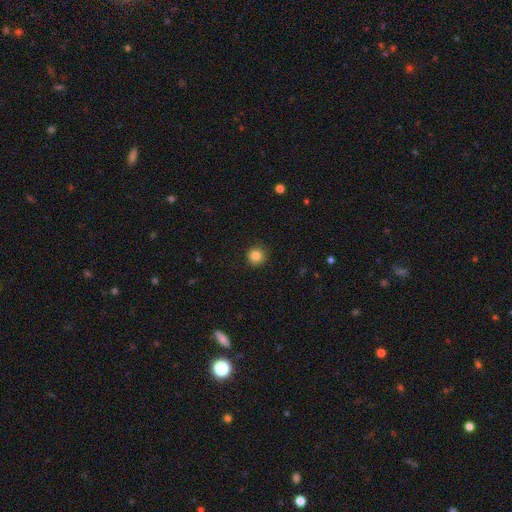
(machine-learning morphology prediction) Smooth or featured? smooth (84%)
How rounded? round (95%)
Merging? none (91%)